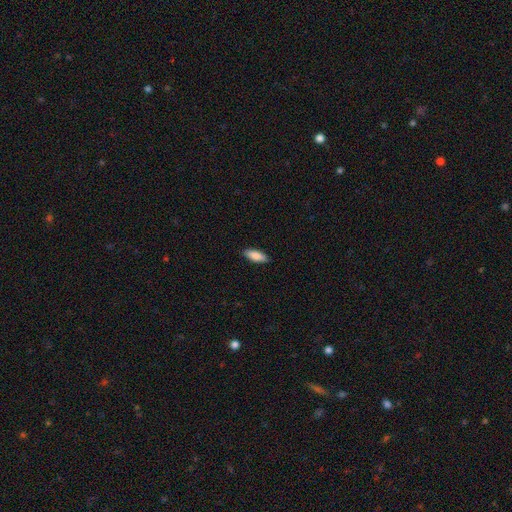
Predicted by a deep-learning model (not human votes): The model was most divided on "how rounded": in between: 75%, cigar-shaped: 23%, round: 2%. More confident: merging — none (89%); smooth or featured — smooth (86%).